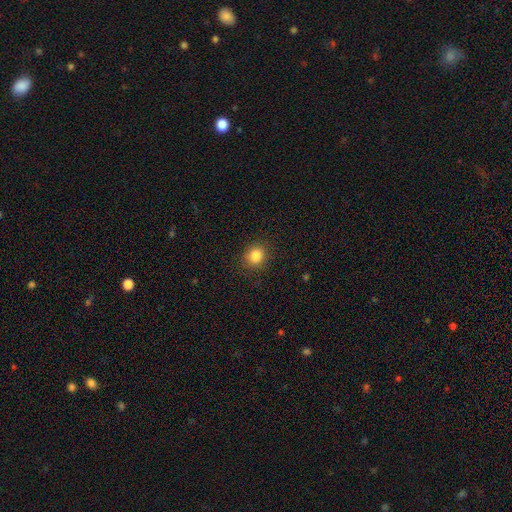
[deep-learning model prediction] Morphology: type=smooth (84%); roundness=round (79%); merging=none (88%).